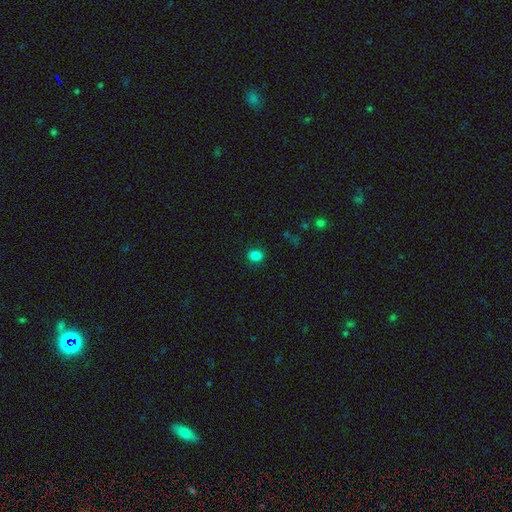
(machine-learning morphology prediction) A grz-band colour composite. It shows a smooth galaxy with no disk features (84%) that is round (57%). Merging: none (88%).